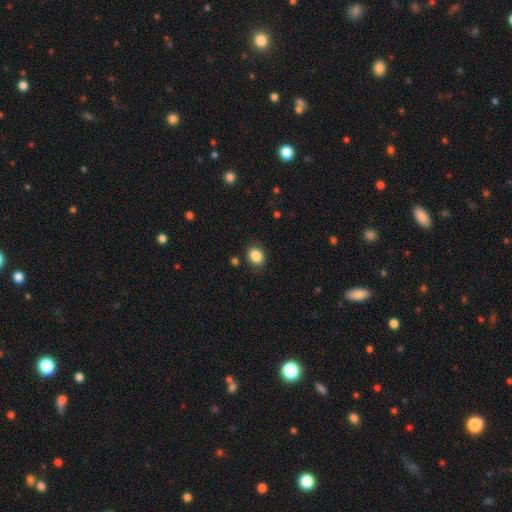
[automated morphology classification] The model was most divided on "how rounded": in between: 60%, round: 39%, cigar-shaped: 1%. More confident: smooth or featured — smooth (87%); merging — none (85%).